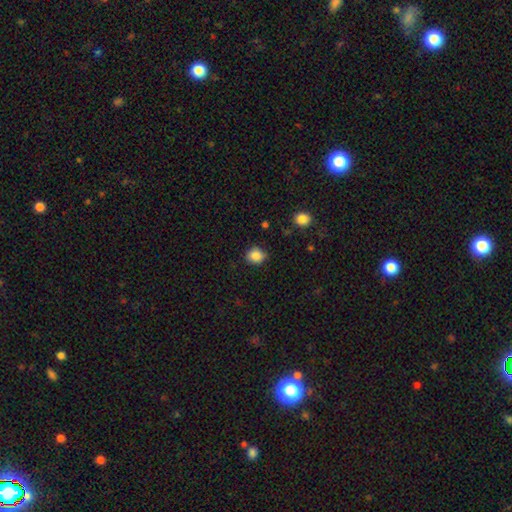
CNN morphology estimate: Overall: smooth (86%). How rounded: round (72%). Merging: none (80%).